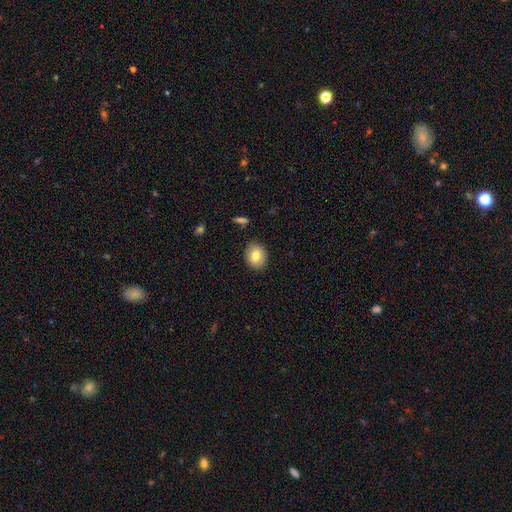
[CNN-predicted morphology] Smooth or featured: smooth — 78% (featured or disk — 13%)
How rounded: in between — 53% (round — 46%)
Merging: none — 88% (minor disturbance — 9%)